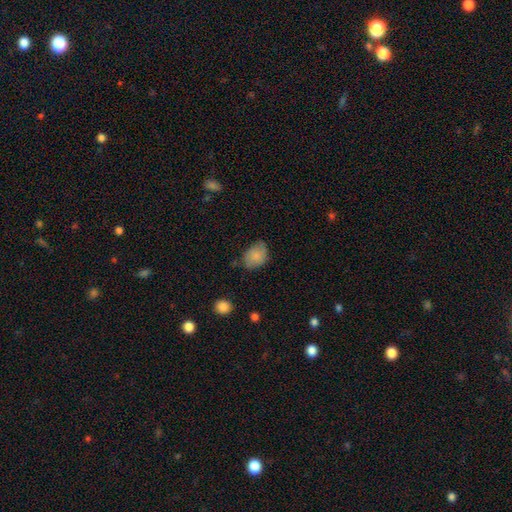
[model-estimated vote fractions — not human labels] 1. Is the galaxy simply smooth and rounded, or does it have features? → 83% smooth, 9% featured or disk, 8% star or artifact.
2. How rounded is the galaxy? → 71% in between, 28% round, 1% cigar-shaped.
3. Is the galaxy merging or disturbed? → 61% none, 30% minor disturbance, 7% major disturbance, 2% merger.